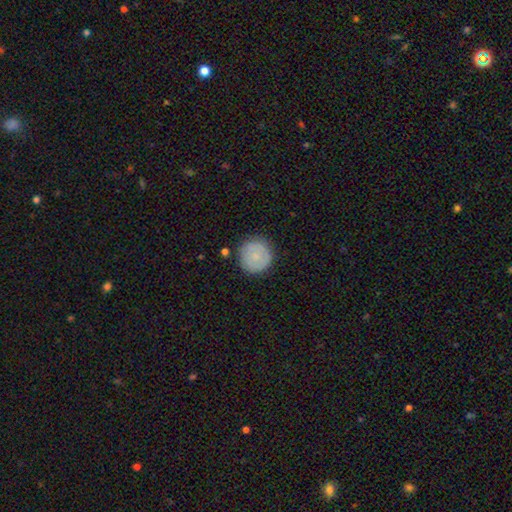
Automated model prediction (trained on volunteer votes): smooth_or_featured: smooth (p=0.74) [alt: featured or disk p=0.19]
how_rounded: round (p=0.95) [alt: in between p=0.04]
merging: none (p=0.84) [alt: minor disturbance p=0.11]